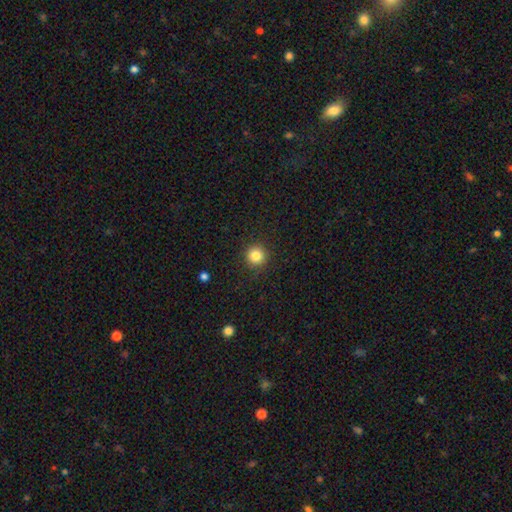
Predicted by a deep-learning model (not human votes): Smooth or featured? smooth (84%)
How rounded? round (95%)
Merging? none (91%)